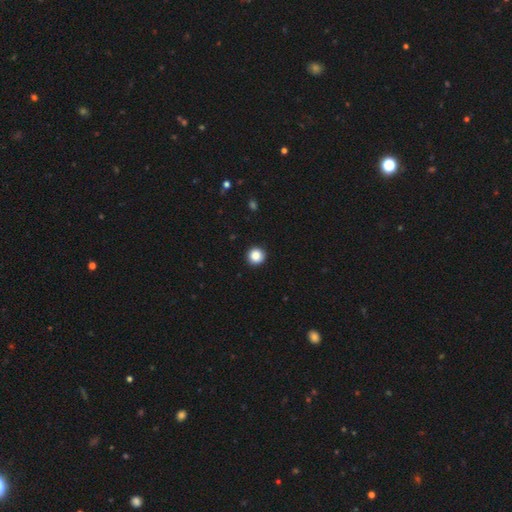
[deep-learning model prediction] Smooth or featured? Predicted: smooth (p=0.87). How rounded? Predicted: round (p=0.95). Merging? Predicted: none (p=0.92).